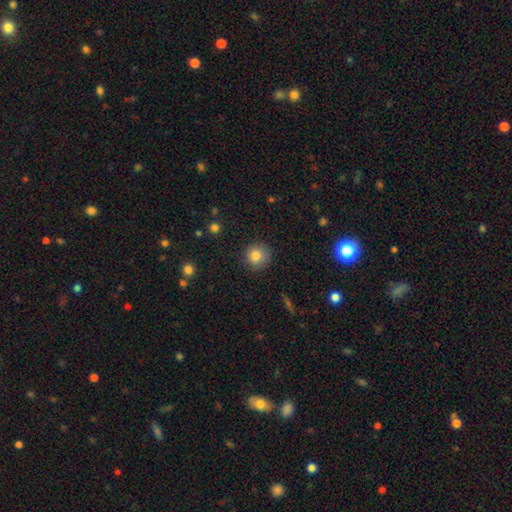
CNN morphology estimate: Smooth or featured? Predicted: smooth (p=0.82). How rounded? Predicted: round (p=0.92). Merging? Predicted: none (p=0.87).